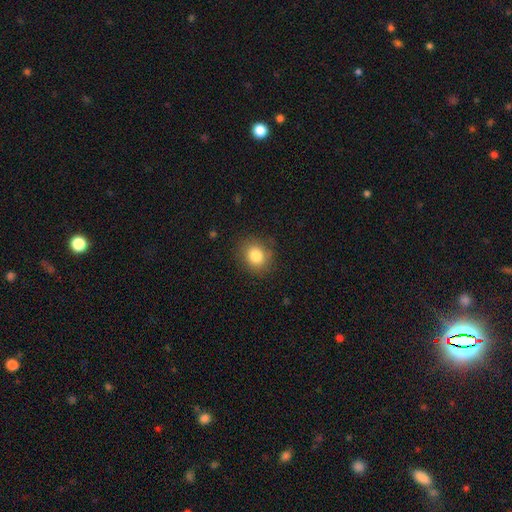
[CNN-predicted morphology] Smooth or featured? Predicted: smooth (p=0.82). How rounded? Predicted: round (p=0.73). Merging? Predicted: none (p=0.82).